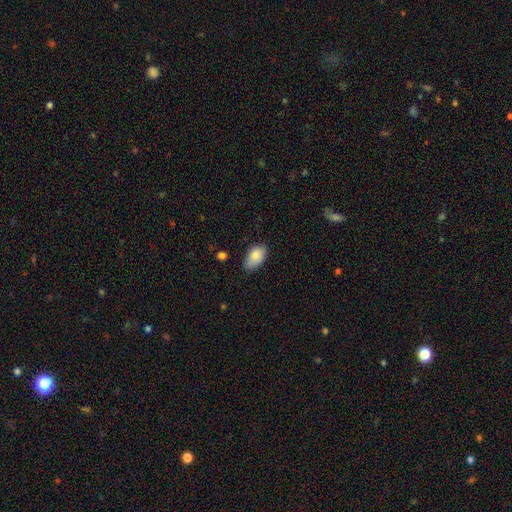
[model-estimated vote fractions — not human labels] smooth_or_featured: smooth (p=0.84) [alt: featured or disk p=0.10]
how_rounded: in between (p=0.94) [alt: round p=0.04]
merging: none (p=0.75) [alt: minor disturbance p=0.21]